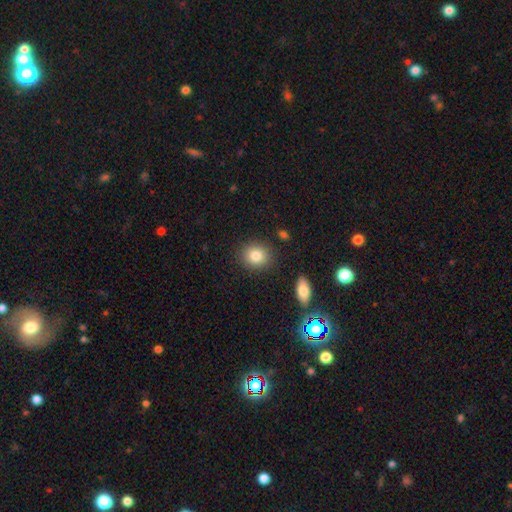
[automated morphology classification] smooth_or_featured: smooth (p=0.84) [alt: star or artifact p=0.09]
how_rounded: round (p=0.72) [alt: in between p=0.27]
merging: none (p=0.87) [alt: minor disturbance p=0.08]